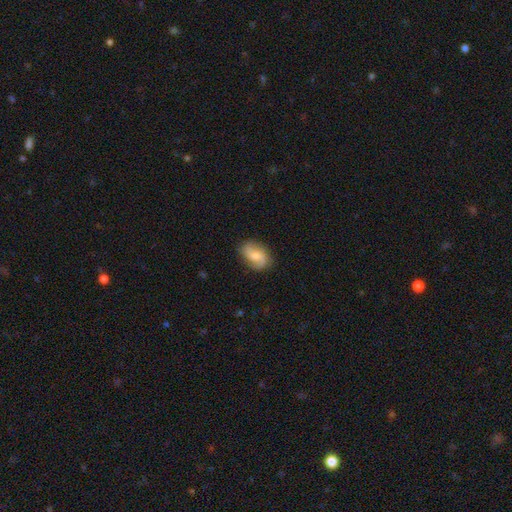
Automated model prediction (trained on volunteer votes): The model was most divided on "bulge size": moderate: 40%, small: 38%, none: 14%, large: 6%, dominant: 1%. Remaining: edge-on disk — no (97%); spiral arms — yes (92%); spiral arm count — 2 (84%); merging — none (75%); smooth or featured — featured or disk (60%); spiral winding — loose (51%); bar — no (49%).